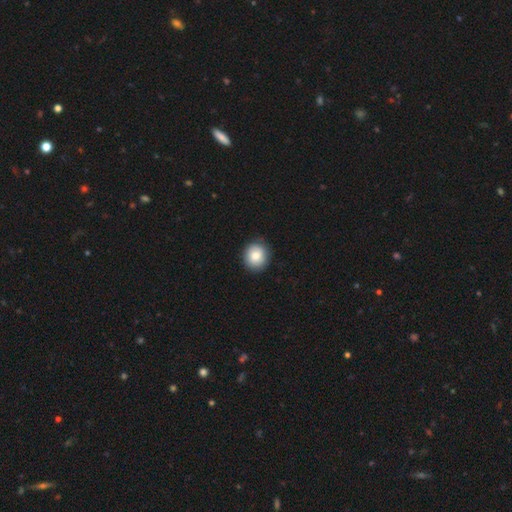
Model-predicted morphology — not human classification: Smooth or featured?
  - smooth: 81% *
  - featured or disk: 11%
  - star or artifact: 8%
How rounded?
  - round: 85% *
  - in between: 14%
  - cigar-shaped: 1%
Merging?
  - none: 89% *
  - minor disturbance: 9%
  - major disturbance: 2%
  - merger: 1%